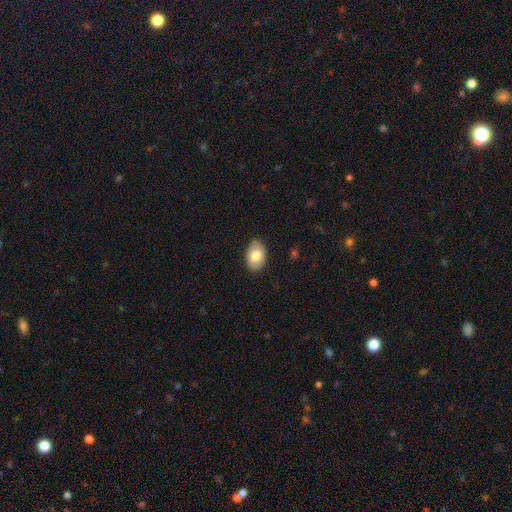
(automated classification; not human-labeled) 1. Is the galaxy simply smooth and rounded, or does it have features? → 77% smooth, 17% featured or disk, 7% star or artifact.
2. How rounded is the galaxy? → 89% in between, 10% round, 1% cigar-shaped.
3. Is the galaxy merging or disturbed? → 84% none, 13% minor disturbance, 2% major disturbance, 1% merger.